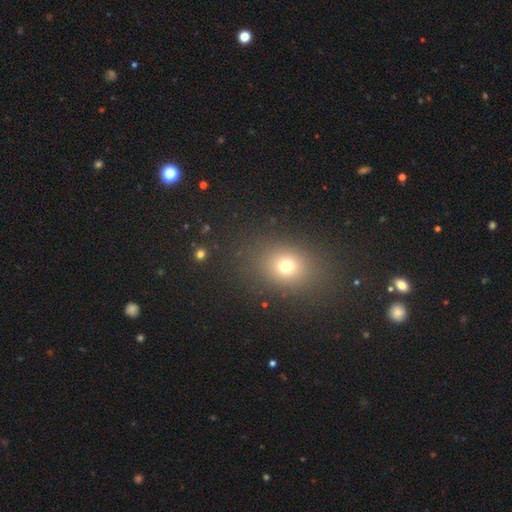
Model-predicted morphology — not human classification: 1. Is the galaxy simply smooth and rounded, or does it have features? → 62% smooth, 30% star or artifact, 8% featured or disk.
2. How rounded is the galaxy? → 54% in between, 45% round, 2% cigar-shaped.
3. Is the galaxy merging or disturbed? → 89% none, 7% minor disturbance, 3% major disturbance, 2% merger.